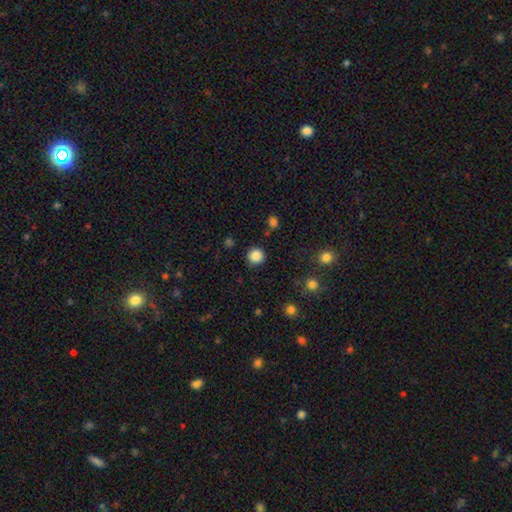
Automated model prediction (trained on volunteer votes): smooth 86%, star or artifact 10%, featured or disk 3%. Down the decision tree: how rounded — round (93%); merging — none (89%).